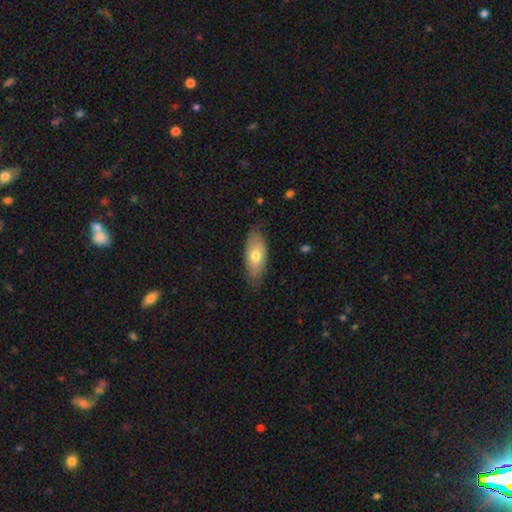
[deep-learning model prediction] The model was most divided on "smooth or featured": smooth: 67%, featured or disk: 27%, star or artifact: 6%. More confident: how rounded — in between (84%); merging — none (78%).